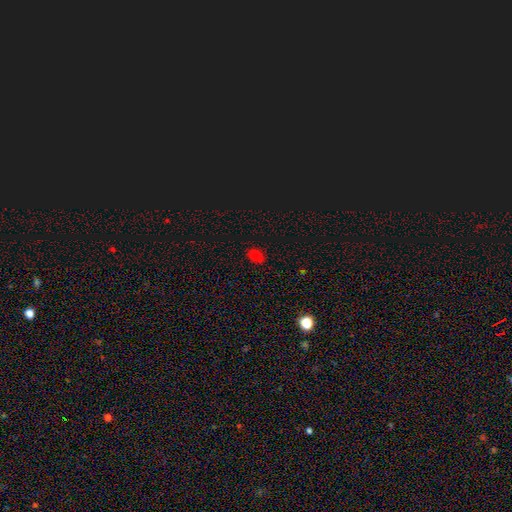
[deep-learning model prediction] smooth_or_featured: smooth (p=0.74) [alt: star or artifact p=0.21]
how_rounded: in between (p=0.69) [alt: round p=0.29]
merging: none (p=0.84) [alt: minor disturbance p=0.12]